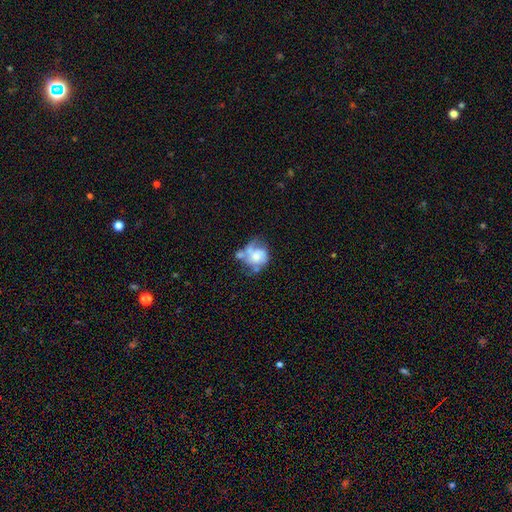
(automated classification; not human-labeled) This is possibly a featured or disk galaxy (53%). It is clearly not viewed edge-on (98%). Bar: likely no (77%). Spiral arm pattern: likely yes (65%). Central bulge: marginally moderate (39%). Merging: marginally merger (27%).